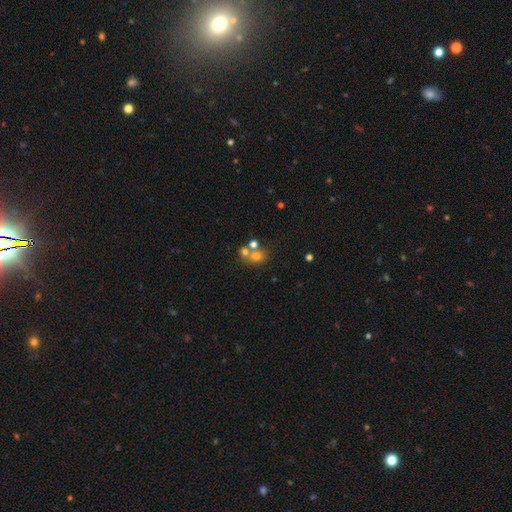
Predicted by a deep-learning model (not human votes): This appears to be a smooth galaxy with no disk features (64%) that is round (71%). Merging: none (44%).